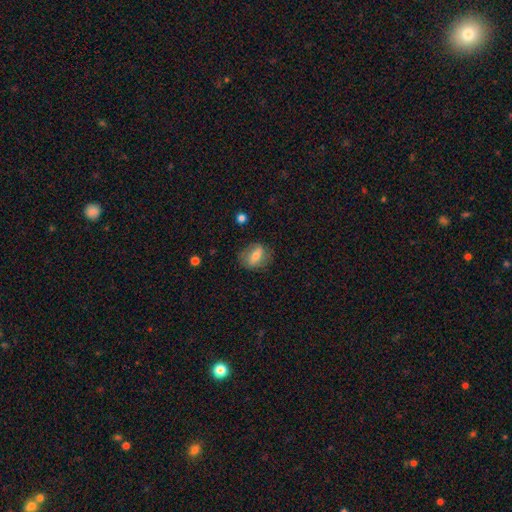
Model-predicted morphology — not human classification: smooth_or_featured: smooth (p=0.60) [alt: featured or disk p=0.33]
how_rounded: in between (p=0.66) [alt: round p=0.32]
merging: none (p=0.70) [alt: minor disturbance p=0.20]